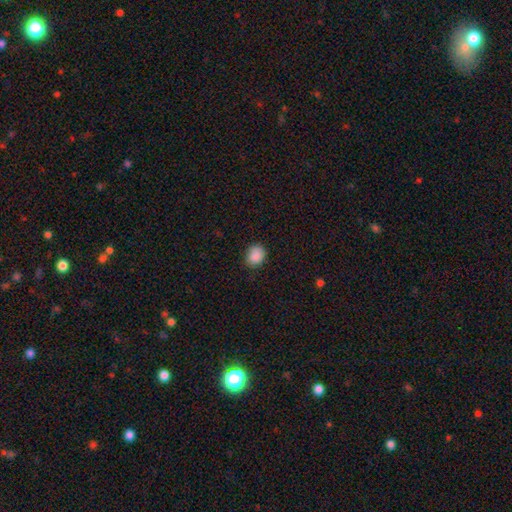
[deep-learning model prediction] Morphology: type=smooth (87%); roundness=round (53%); merging=none (79%).